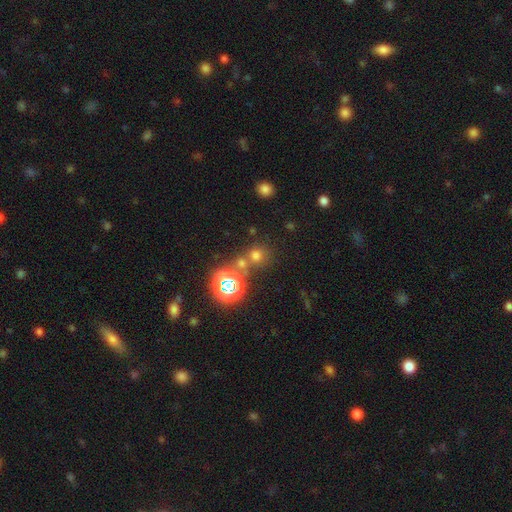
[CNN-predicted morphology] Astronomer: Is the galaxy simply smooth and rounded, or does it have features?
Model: smooth — 59%.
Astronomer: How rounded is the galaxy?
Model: round — 85%.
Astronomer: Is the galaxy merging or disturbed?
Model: none — 64%.